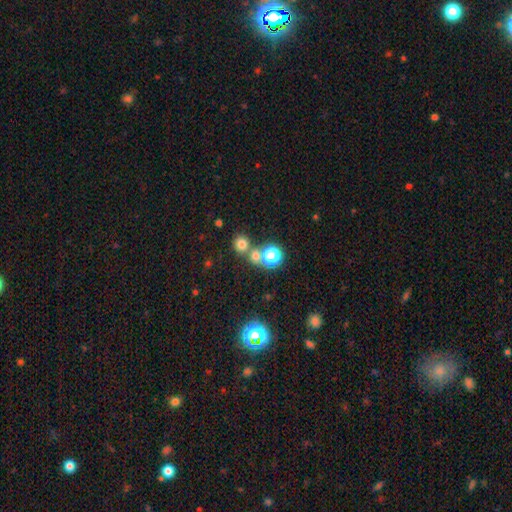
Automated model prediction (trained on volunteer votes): Smooth or featured?
  - smooth: 66% *
  - star or artifact: 27%
  - featured or disk: 7%
How rounded?
  - round: 88% *
  - in between: 11%
  - cigar-shaped: 1%
Merging?
  - none: 65% *
  - merger: 26%
  - minor disturbance: 6%
  - major disturbance: 3%